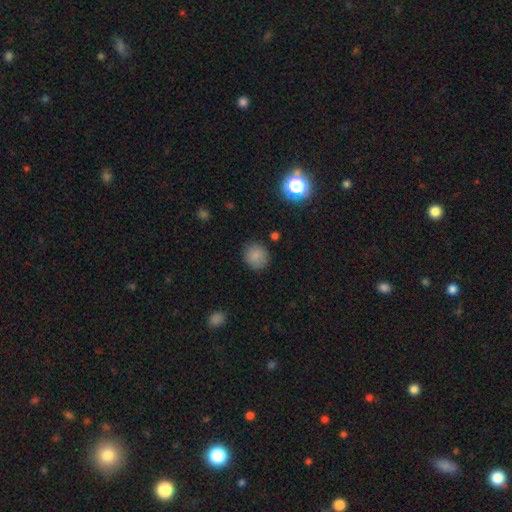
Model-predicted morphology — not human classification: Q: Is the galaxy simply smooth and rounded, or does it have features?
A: smooth — 83%.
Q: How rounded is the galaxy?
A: round — 88%.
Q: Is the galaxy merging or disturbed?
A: none — 86%.